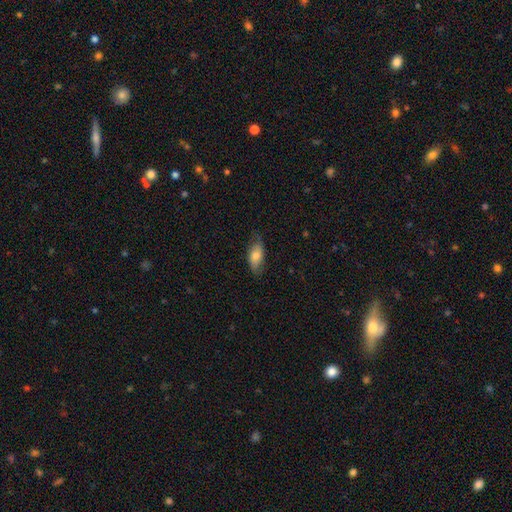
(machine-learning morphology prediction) Overall: smooth (72%). How rounded: in between (88%). Merging: none (73%).